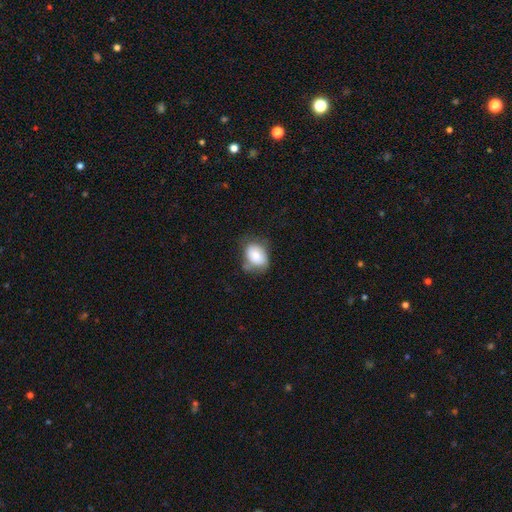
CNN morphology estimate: type=smooth (79%); roundness=in between (77%); merging=none (53%).